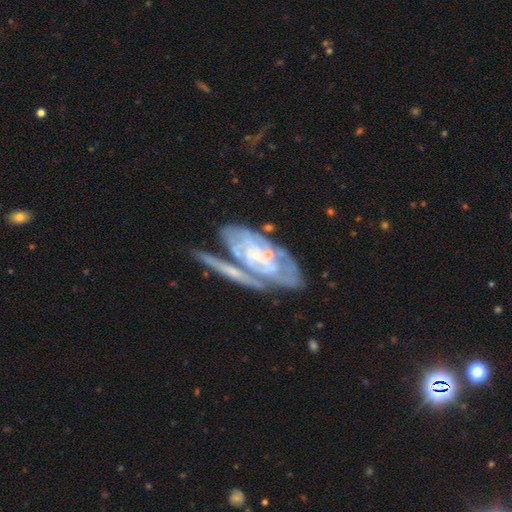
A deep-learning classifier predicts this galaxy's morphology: Smooth or featured? featured or disk (77%)
Edge-on disk? no (90%)
Bar? no (72%)
Spiral arms? yes (75%)
Spiral winding? tight (67%)
Spiral arm count? can't tell (57%)
Bulge size? small (76%)
Merging? none (38%)